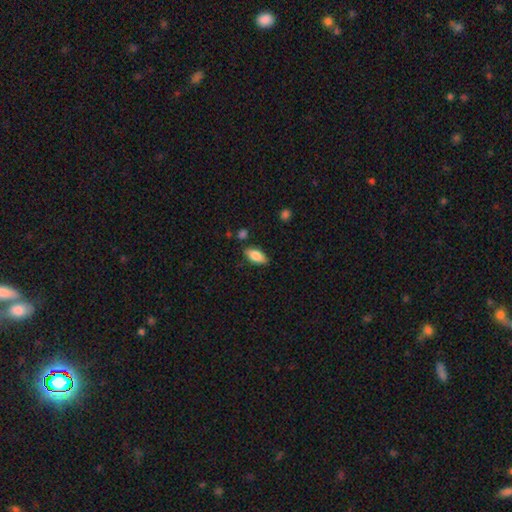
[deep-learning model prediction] Smooth or featured? Predicted: smooth (p=0.80). How rounded? Predicted: in between (p=0.86). Merging? Predicted: none (p=0.83).